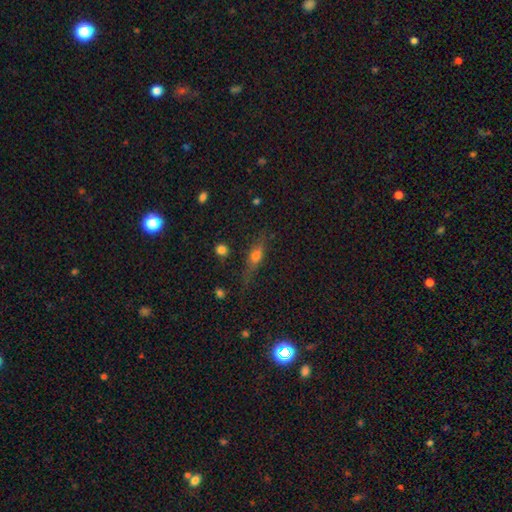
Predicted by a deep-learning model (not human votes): A smooth galaxy with no disk features (45%).

Vote fractions:
- Smooth or featured? smooth: 45% / featured or disk: 43% / star or artifact: 13%
- Merging? none: 72% / minor disturbance: 18% / major disturbance: 6% / merger: 3%